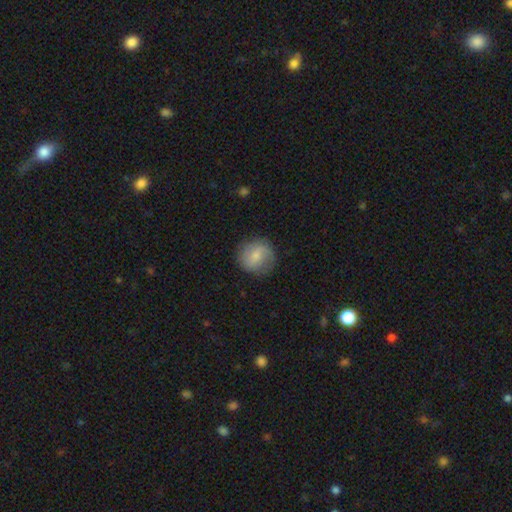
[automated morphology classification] Smooth or featured: smooth — 70% (featured or disk — 23%)
How rounded: round — 90% (in between — 8%)
Merging: none — 83% (minor disturbance — 12%)